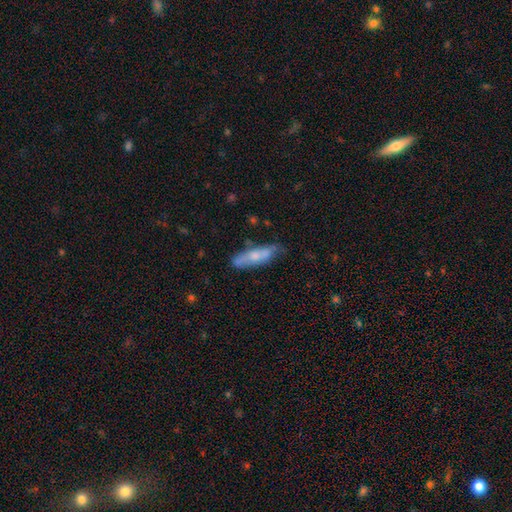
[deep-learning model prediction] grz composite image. It shows a smooth galaxy with no disk features (58%) that is cigar-shaped (66%). Merging: none (67%).